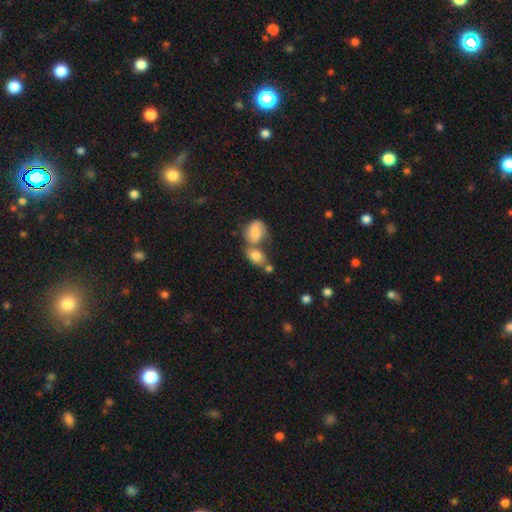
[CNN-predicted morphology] A smooth galaxy with no disk features (73%) that is in between round and cigar-shaped (71%). Merging: merger (50%).